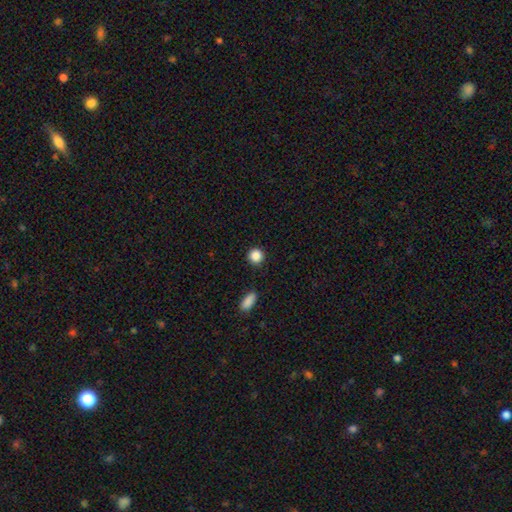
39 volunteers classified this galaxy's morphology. Overall: smooth (95%). How rounded: round (92%). Merging: none (82%).